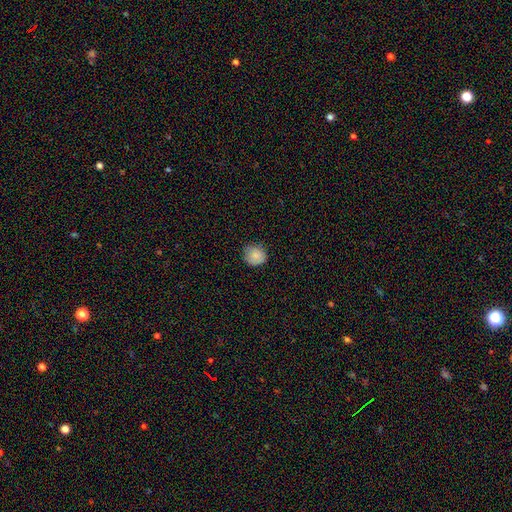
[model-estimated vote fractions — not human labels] This is clearly a smooth galaxy (85%). How rounded: clearly round (85%). Merging: likely none (78%).